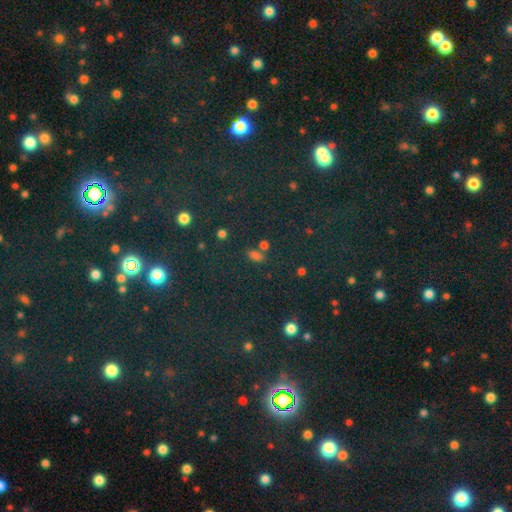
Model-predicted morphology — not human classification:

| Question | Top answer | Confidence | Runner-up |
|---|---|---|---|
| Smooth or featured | smooth | 49% | star or artifact (42%) |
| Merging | none | 69% | minor disturbance (13%) |